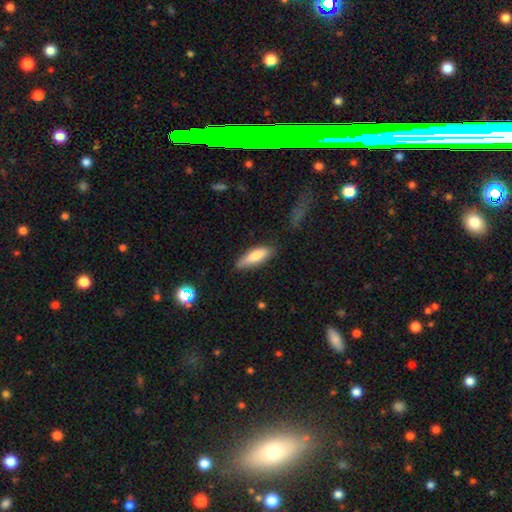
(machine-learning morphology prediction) type=smooth (76%); roundness=in between (49%, tied with cigar-shaped); merging=none (75%).